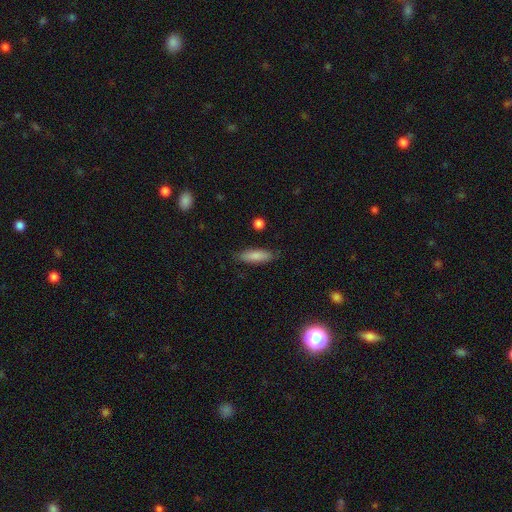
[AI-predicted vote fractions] smooth 83%, featured or disk 11%, star or artifact 6%. Down the decision tree: how rounded — cigar-shaped (58%); merging — none (85%).